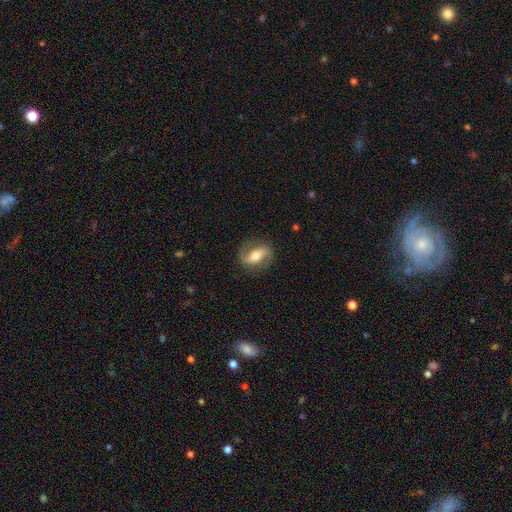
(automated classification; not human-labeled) Q: Smooth or featured?
A: featured or disk (70%); runner-up: smooth (24%)
Q: Edge-on disk?
A: no (93%); runner-up: yes (7%)
Q: Bar?
A: strong (45%); runner-up: weak (32%)
Q: Spiral arms?
A: yes (83%); runner-up: no (17%)
Q: Spiral winding?
A: medium (42%); runner-up: loose (35%)
Q: Spiral arm count?
A: 2 (87%); runner-up: can't tell (5%)
Q: Bulge size?
A: moderate (68%); runner-up: small (16%)
Q: Merging?
A: none (81%); runner-up: minor disturbance (13%)